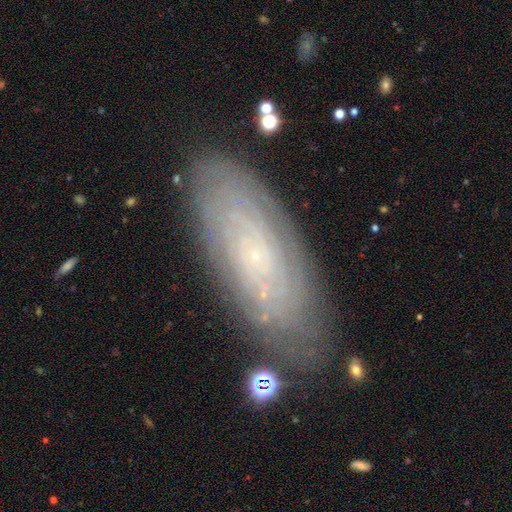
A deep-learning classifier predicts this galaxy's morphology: This appears to be a featured or disk galaxy (66%) with no bar (83%), spiral arms (79%) and a small central bulge (87%). Merging: none (80%).